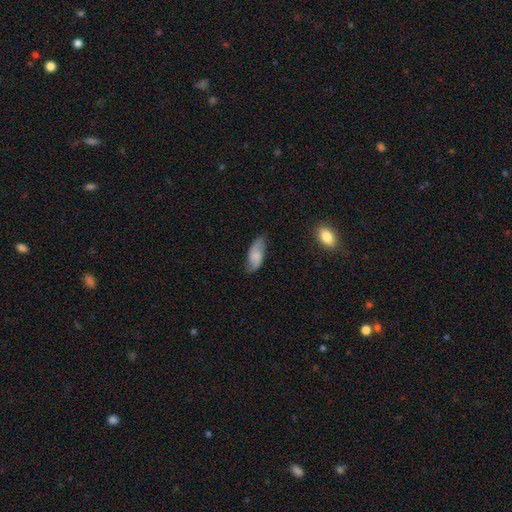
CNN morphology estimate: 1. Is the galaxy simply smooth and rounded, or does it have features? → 59% smooth, 33% featured or disk, 8% star or artifact.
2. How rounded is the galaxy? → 86% in between, 11% cigar-shaped, 3% round.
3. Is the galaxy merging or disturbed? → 71% none, 22% minor disturbance, 5% major disturbance, 2% merger.